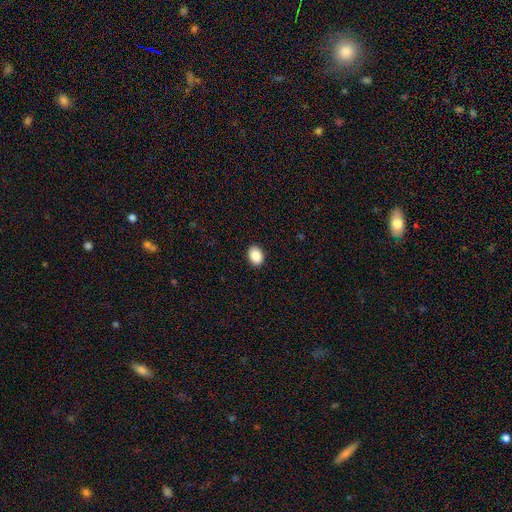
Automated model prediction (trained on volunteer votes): Morphology: type=smooth (88%); roundness=in between (69%); merging=none (91%).